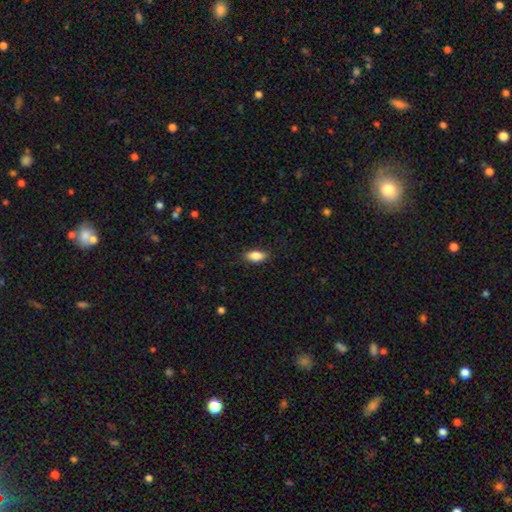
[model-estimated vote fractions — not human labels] Smooth or featured: smooth — 85% (featured or disk — 8%)
How rounded: in between — 88% (cigar-shaped — 8%)
Merging: none — 83% (minor disturbance — 13%)